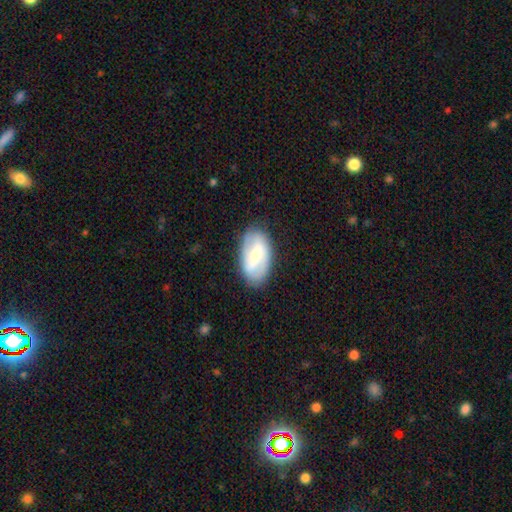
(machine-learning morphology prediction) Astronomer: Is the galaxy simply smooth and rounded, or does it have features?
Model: featured or disk — 56% (runner-up: smooth, 38%).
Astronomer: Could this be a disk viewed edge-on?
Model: no — 93%.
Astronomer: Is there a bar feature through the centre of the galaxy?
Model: strong — 42% (runner-up: weak, 40%).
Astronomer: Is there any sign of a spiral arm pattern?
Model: yes — 70%.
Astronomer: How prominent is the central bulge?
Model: small — 48% (runner-up: moderate, 40%).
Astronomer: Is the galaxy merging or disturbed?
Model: none — 80%.